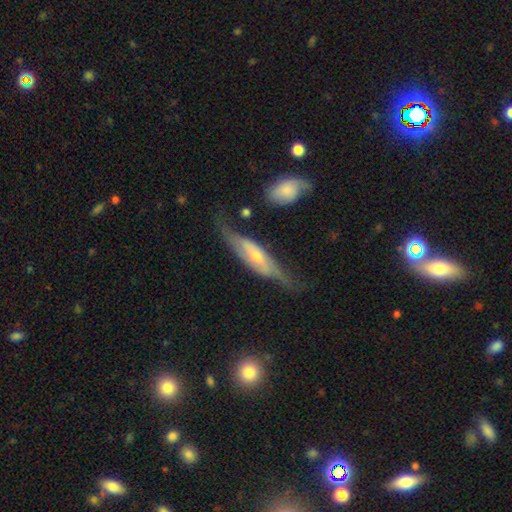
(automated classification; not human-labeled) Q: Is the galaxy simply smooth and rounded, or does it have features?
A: featured or disk — 70%.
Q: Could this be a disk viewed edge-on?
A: yes — 59%.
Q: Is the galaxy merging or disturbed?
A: none — 56%.